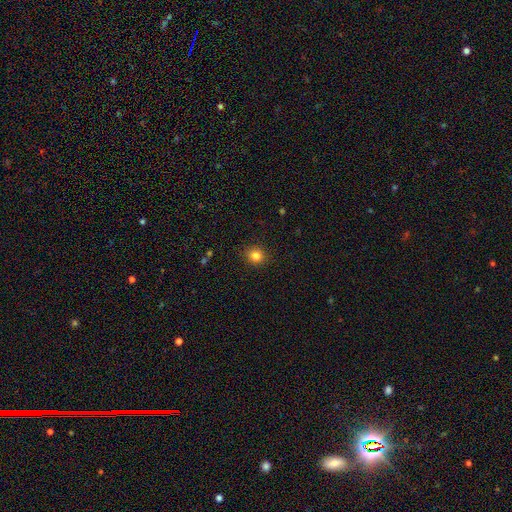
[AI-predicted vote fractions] Smooth or featured? Predicted: smooth (p=0.83). How rounded? Predicted: round (p=0.82). Merging? Predicted: none (p=0.90).